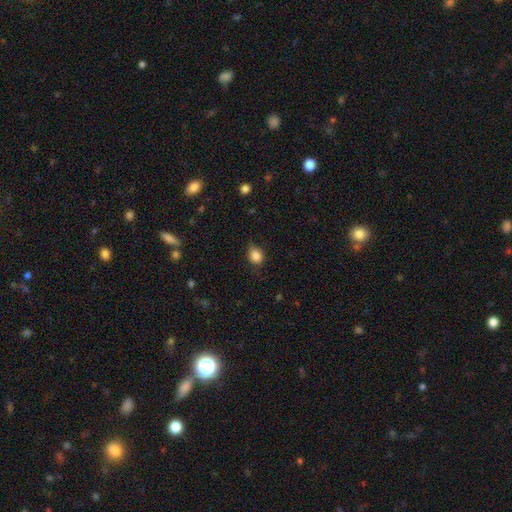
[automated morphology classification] Q: Smooth or featured?
A: smooth (85%); runner-up: star or artifact (10%)
Q: How rounded?
A: round (67%); runner-up: in between (32%)
Q: Merging?
A: none (63%); runner-up: minor disturbance (29%)